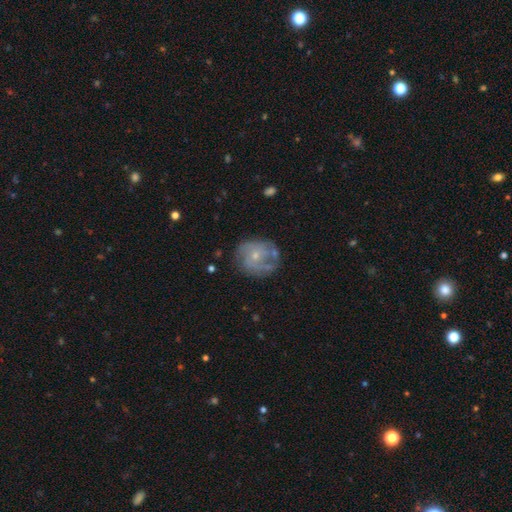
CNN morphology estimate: Smooth or featured: featured or disk — 68% (smooth — 25%)
Edge-on disk: no — 98% (yes — 2%)
Bar: no — 78% (weak — 19%)
Spiral arms: yes — 74% (no — 26%)
Bulge size: small — 68% (moderate — 28%)
Merging: none — 63% (minor disturbance — 22%)